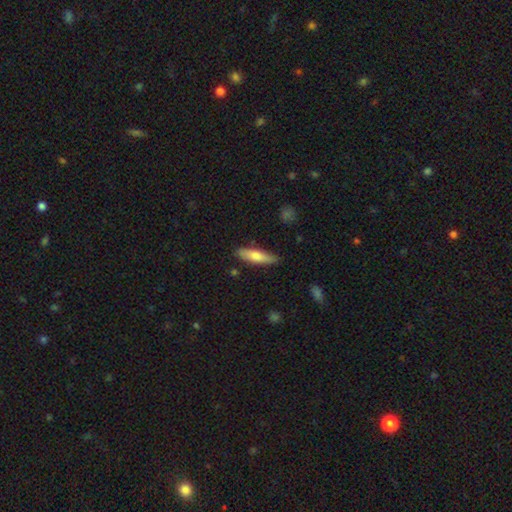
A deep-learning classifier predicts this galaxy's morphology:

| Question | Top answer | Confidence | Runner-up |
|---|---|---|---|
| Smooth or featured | smooth | 70% | featured or disk (25%) |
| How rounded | cigar-shaped | 67% | in between (31%) |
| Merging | none | 82% | minor disturbance (14%) |